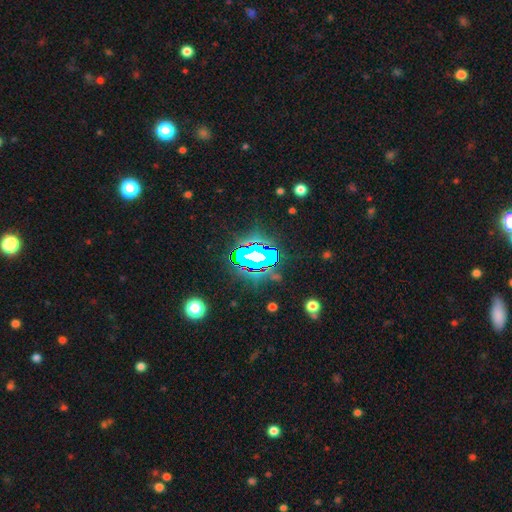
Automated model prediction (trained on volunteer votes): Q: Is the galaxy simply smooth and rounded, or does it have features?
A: star or artifact — 72%.